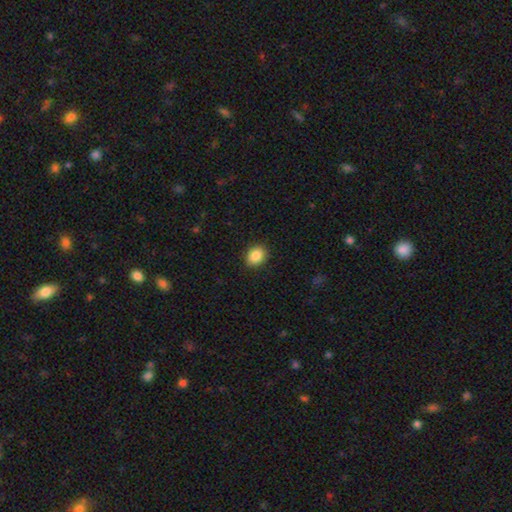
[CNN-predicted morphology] This is clearly a smooth galaxy (87%). How rounded: possibly round (52%). Merging: clearly none (90%).